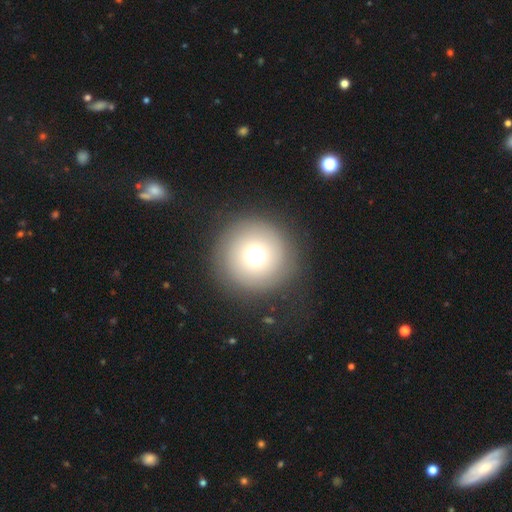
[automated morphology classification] type=smooth (68%); roundness=round (95%); merging=none (86%).